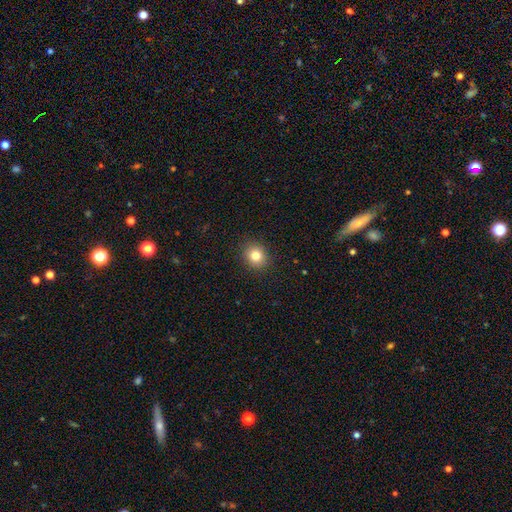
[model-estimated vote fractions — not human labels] smooth 81%, star or artifact 12%, featured or disk 7%. Down the decision tree: how rounded — round (80%); merging — none (91%).